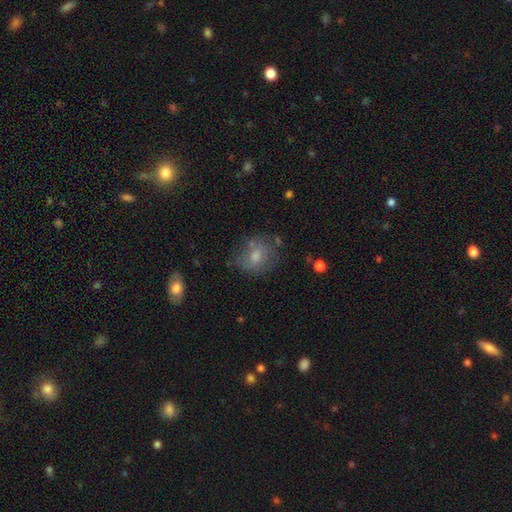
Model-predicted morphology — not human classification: Q: Smooth or featured?
A: smooth (54%); runner-up: featured or disk (30%)
Q: How rounded?
A: round (62%); runner-up: in between (37%)
Q: Merging?
A: none (65%); runner-up: minor disturbance (21%)